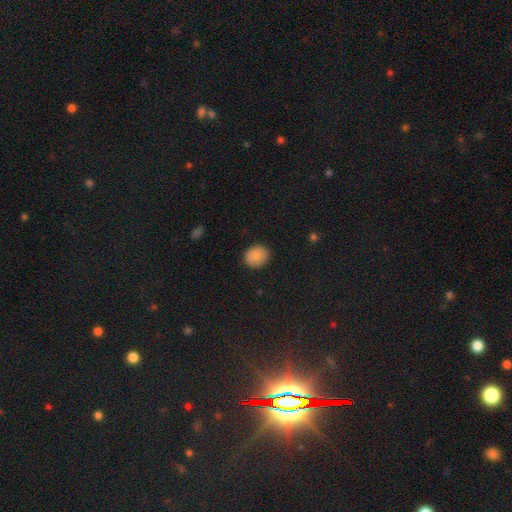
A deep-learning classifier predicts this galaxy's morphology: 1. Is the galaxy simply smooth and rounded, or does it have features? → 86% smooth, 8% star or artifact, 6% featured or disk.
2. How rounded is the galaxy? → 60% round, 39% in between, 1% cigar-shaped.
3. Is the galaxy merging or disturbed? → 88% none, 9% minor disturbance, 2% major disturbance, 1% merger.